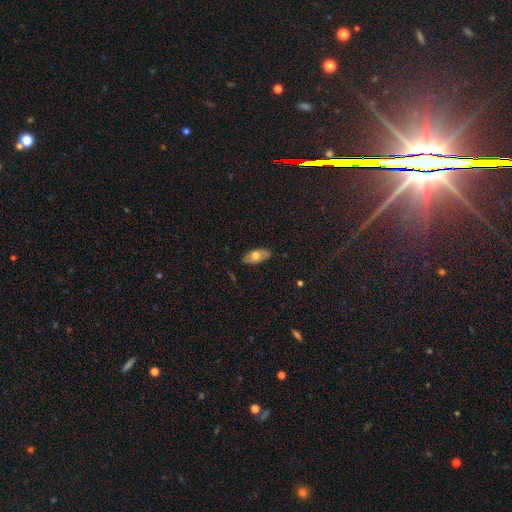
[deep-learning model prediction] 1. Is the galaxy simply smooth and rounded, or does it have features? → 59% smooth, 34% featured or disk, 7% star or artifact.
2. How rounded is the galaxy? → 88% in between, 8% cigar-shaped, 4% round.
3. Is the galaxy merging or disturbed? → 83% none, 14% minor disturbance, 2% major disturbance, 1% merger.